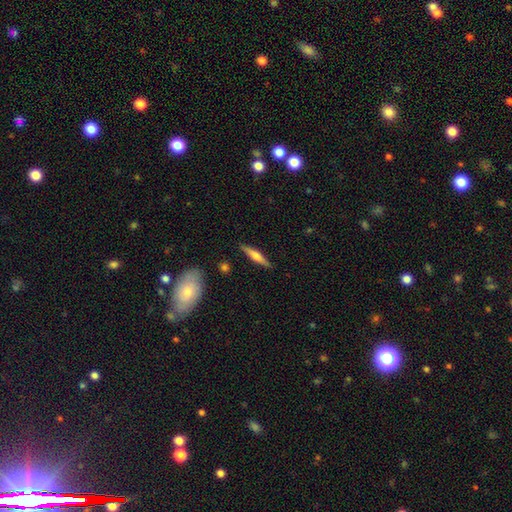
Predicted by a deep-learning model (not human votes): Q: Smooth or featured?
A: featured or disk (50%); runner-up: smooth (44%)
Q: Merging?
A: none (88%); runner-up: minor disturbance (8%)